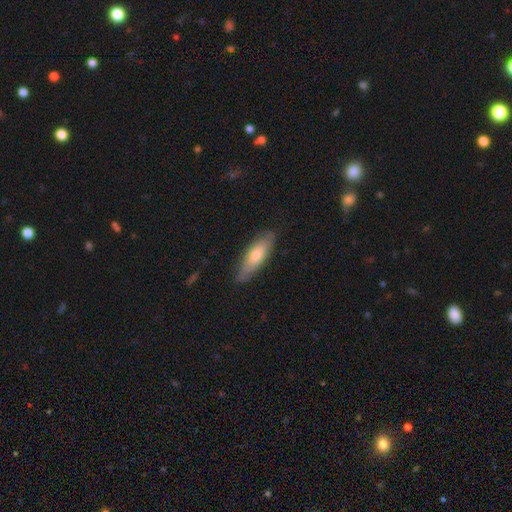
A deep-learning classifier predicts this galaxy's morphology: Smooth or featured: smooth — 65% (featured or disk — 30%)
How rounded: in between — 54% (cigar-shaped — 45%)
Merging: none — 80% (minor disturbance — 16%)